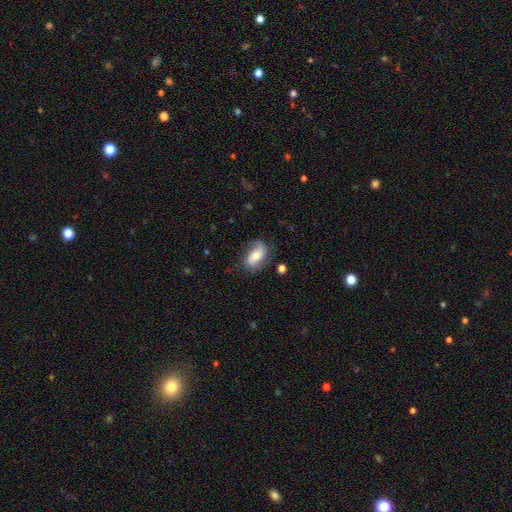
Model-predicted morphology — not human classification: Smooth or featured?
  - smooth: 46% * (tied)
  - featured or disk: 46% * (tied)
  - star or artifact: 8%
Merging?
  - none: 67% *
  - minor disturbance: 22%
  - major disturbance: 9%
  - merger: 2%